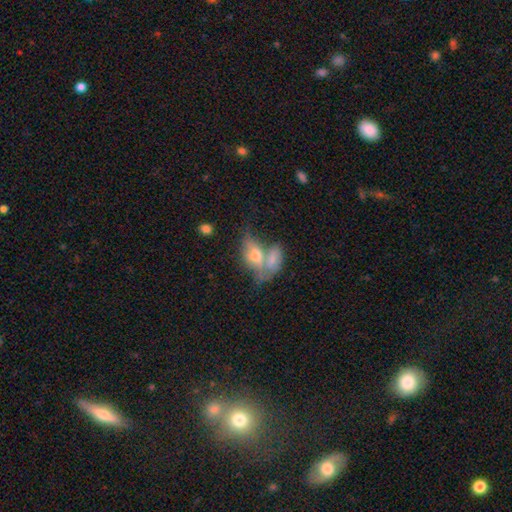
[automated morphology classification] Smooth or featured: smooth — 46% (featured or disk — 43%)
Merging: merger — 54% (none — 27%)